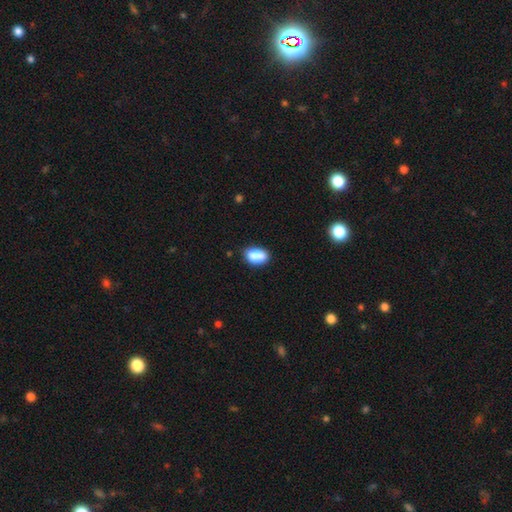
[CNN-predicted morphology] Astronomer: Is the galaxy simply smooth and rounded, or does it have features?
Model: smooth — 82%.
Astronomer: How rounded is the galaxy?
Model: in between — 88%.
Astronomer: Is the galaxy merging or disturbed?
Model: none — 59%.